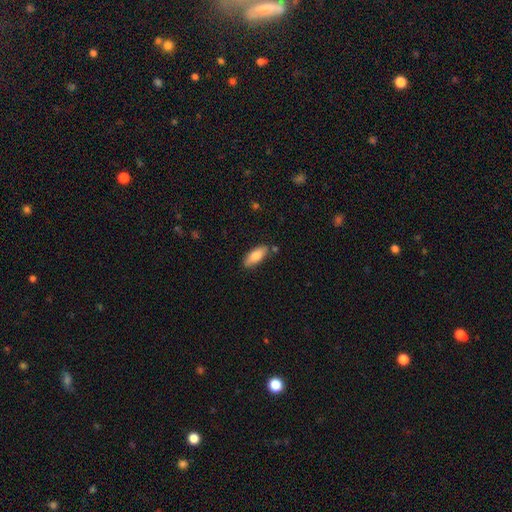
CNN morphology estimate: Smooth or featured?
  - smooth: 80% *
  - featured or disk: 14%
  - star or artifact: 6%
How rounded?
  - in between: 73% *
  - cigar-shaped: 25%
  - round: 2%
Merging?
  - none: 80% *
  - minor disturbance: 14%
  - merger: 4%
  - major disturbance: 3%